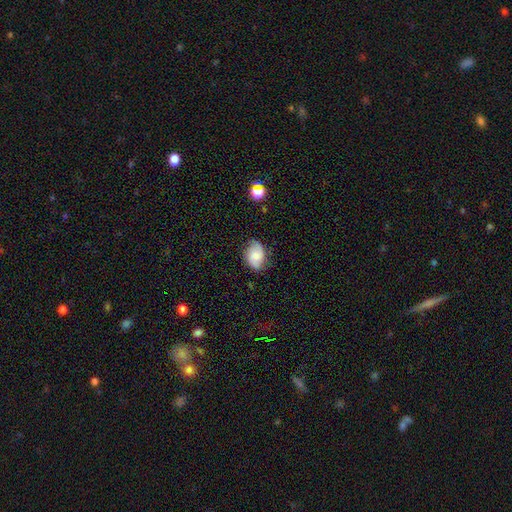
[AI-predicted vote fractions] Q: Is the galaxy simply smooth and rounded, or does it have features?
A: smooth — 58%.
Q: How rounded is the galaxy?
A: in between — 78%.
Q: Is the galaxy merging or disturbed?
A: none — 68%.